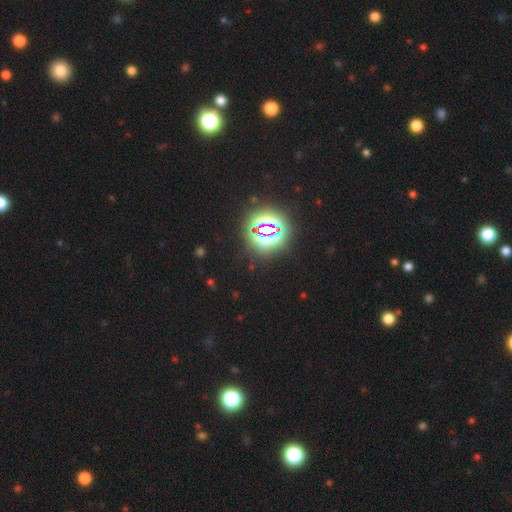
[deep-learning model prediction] Smooth or featured? Predicted: star or artifact (p=0.81).